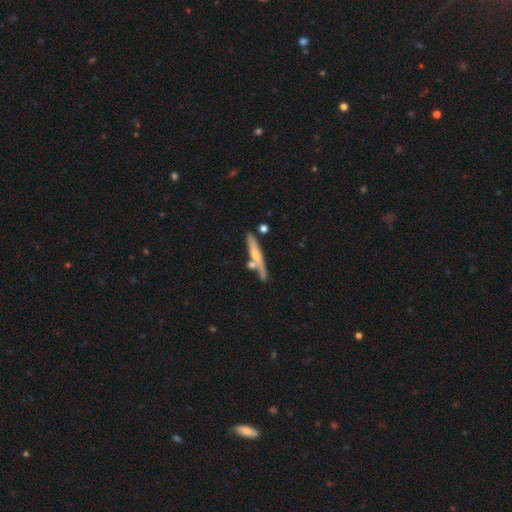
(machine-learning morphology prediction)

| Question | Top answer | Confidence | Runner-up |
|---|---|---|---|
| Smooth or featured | featured or disk | 55% | smooth (39%) |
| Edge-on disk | yes | 86% | no (14%) |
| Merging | none | 62% | merger (17%) |